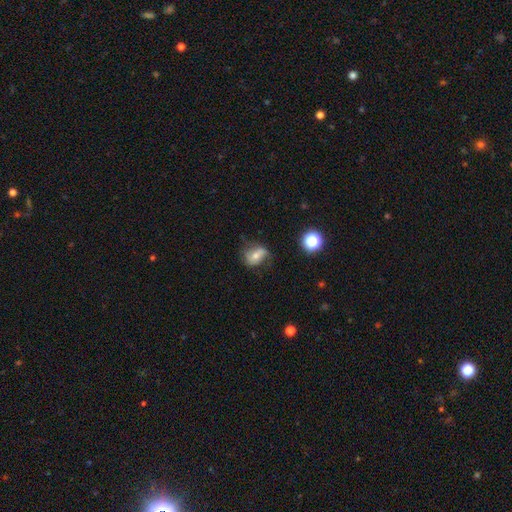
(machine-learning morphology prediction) featured or disk 47%, smooth 42%, star or artifact 11%. Down the decision tree: merging — none (55%).